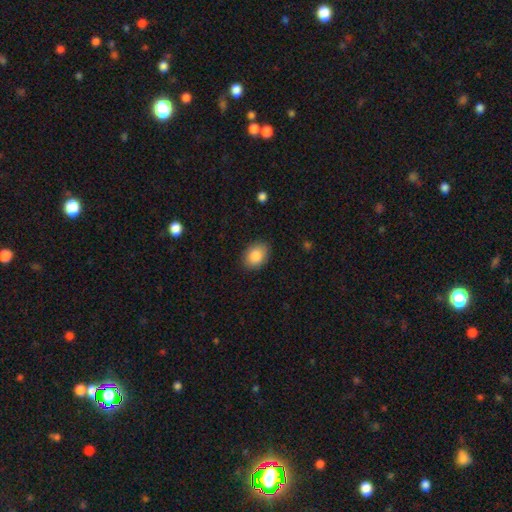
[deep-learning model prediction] Overall: smooth (87%). How rounded: in between (71%). Merging: none (86%).